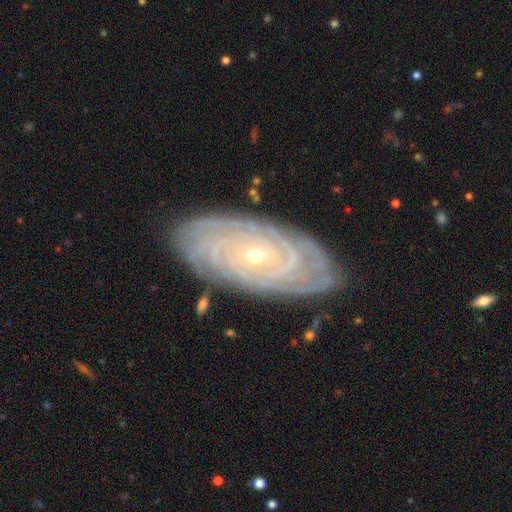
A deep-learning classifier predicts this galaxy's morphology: Smooth or featured? Predicted: featured or disk (p=0.89). Edge-on disk? Predicted: no (p=0.94). Bar? Predicted: no (p=0.62). Spiral arms? Predicted: yes (p=0.98). Spiral winding? Predicted: tight (p=0.86). Spiral arm count? Predicted: 4 (p=0.28). Bulge size? Predicted: small (p=0.70). Merging? Predicted: none (p=0.82).